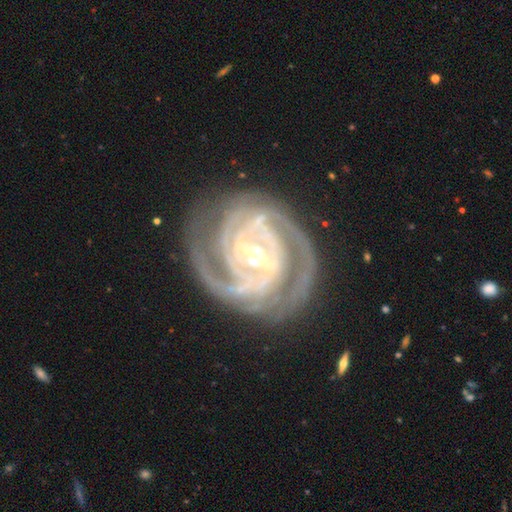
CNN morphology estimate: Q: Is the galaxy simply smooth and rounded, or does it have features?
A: featured or disk — 92%.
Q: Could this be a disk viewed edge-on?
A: no — 97%.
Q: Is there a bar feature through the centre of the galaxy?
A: weak — 40%.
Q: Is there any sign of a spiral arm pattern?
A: yes — 98%.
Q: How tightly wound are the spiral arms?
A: tight — 74%.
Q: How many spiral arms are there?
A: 3 — 32%.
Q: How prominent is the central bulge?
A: moderate — 50%.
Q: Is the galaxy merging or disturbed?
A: none — 75%.